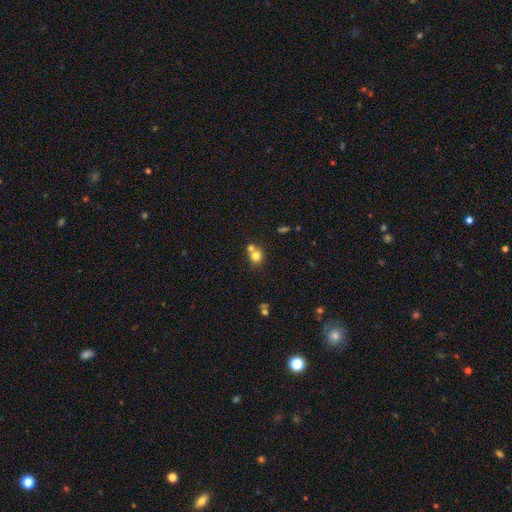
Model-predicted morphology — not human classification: Smooth or featured: smooth — 76% (star or artifact — 13%)
How rounded: round — 84% (in between — 15%)
Merging: none — 47% (merger — 43%)